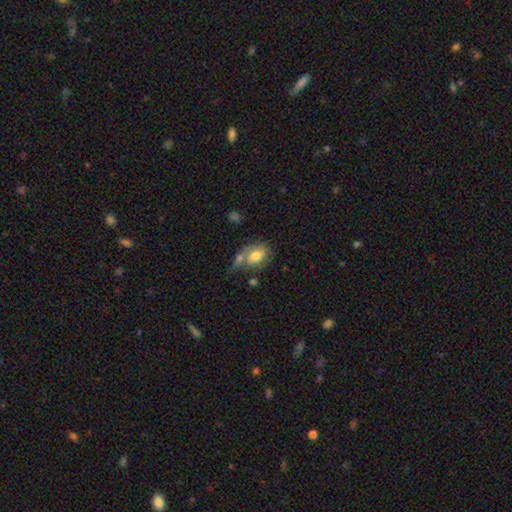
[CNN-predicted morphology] smooth_or_featured: smooth (p=0.68) [alt: featured or disk p=0.25]
how_rounded: in between (p=0.77) [alt: round p=0.21]
merging: none (p=0.36) [alt: merger p=0.32]